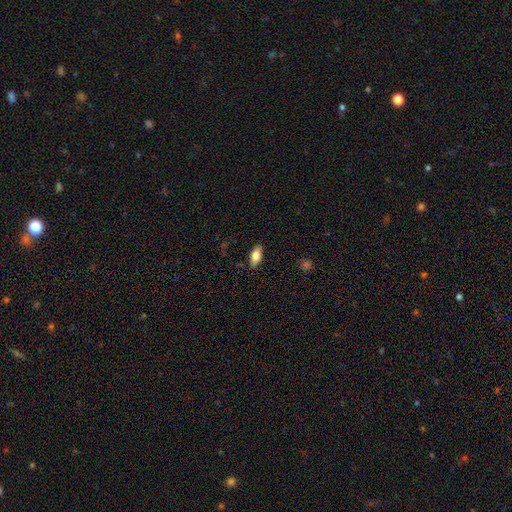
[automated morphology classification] This is likely a smooth galaxy (77%). How rounded: clearly in between (84%). Merging: clearly none (87%).